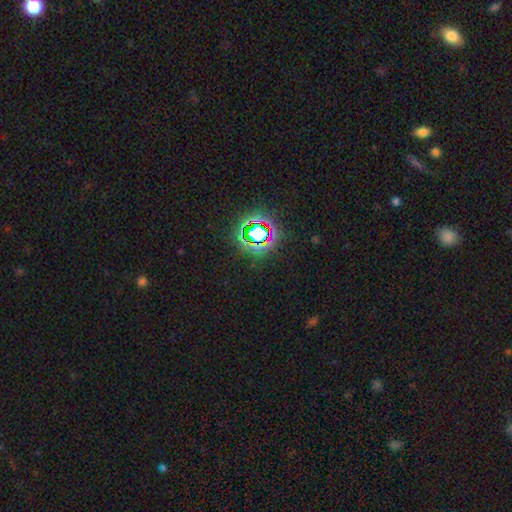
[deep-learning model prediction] Q: Smooth or featured?
A: star or artifact (78%); runner-up: smooth (13%)